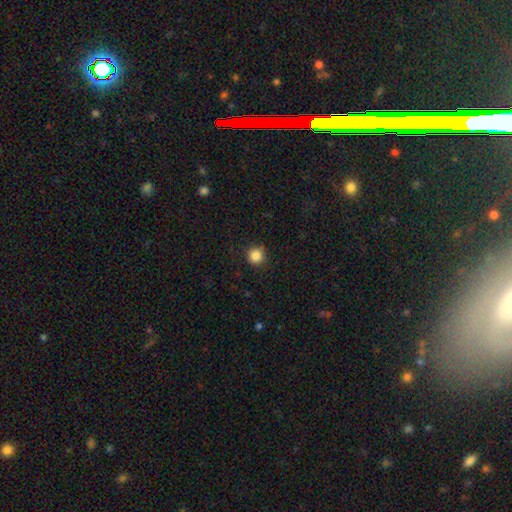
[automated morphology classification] smooth 86%, star or artifact 11%, featured or disk 4%. Down the decision tree: how rounded — round (94%); merging — none (89%).